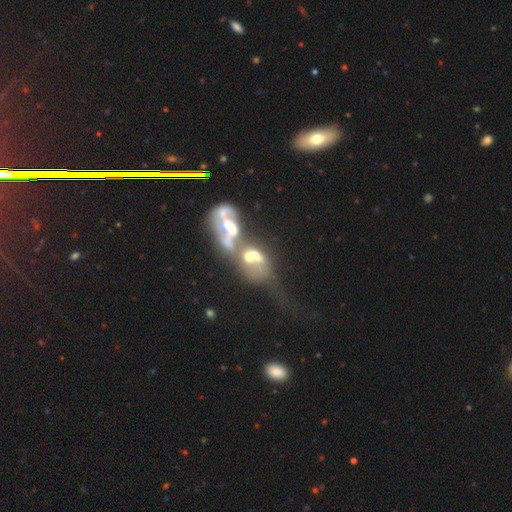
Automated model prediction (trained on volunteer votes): A featured or disk galaxy (58%) with no bar (69%), no spiral arms (62%) and a moderate central bulge (50%). Merging: merger (77%).